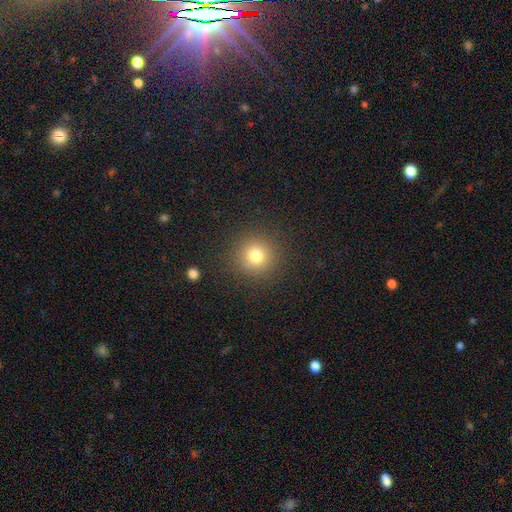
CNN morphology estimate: A smooth galaxy with no disk features (78%) that is round (94%). Merging: none (89%).